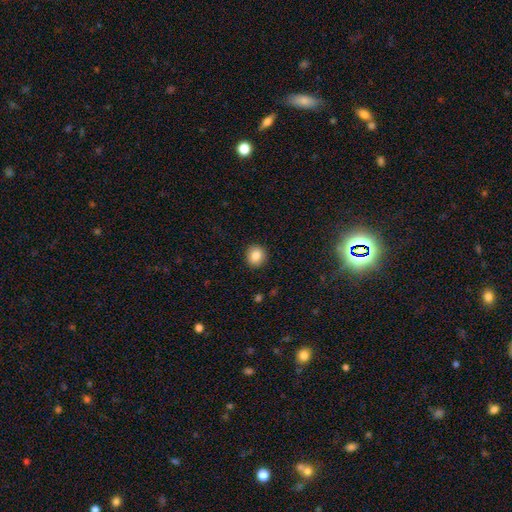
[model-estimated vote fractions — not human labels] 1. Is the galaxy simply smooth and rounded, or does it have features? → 84% smooth, 9% star or artifact, 7% featured or disk.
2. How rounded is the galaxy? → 89% round, 10% in between, 1% cigar-shaped.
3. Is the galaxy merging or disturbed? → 92% none, 5% minor disturbance, 2% major disturbance, 1% merger.